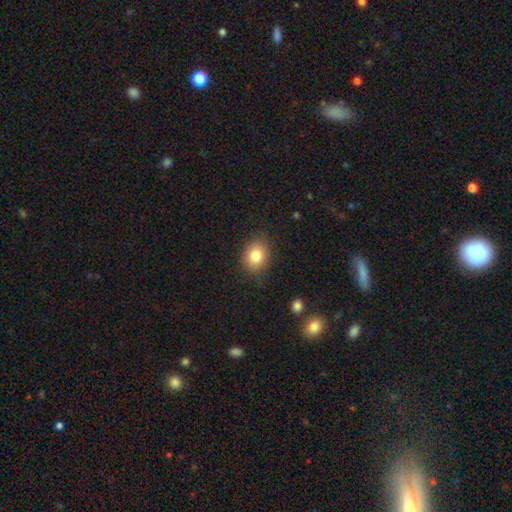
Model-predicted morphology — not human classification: smooth-or-featured: smooth: 82% | star or artifact: 10% | featured or disk: 8%
  how-rounded: in between: 51% | round: 48% | cigar-shaped: 1%
  merging: none: 84% | minor disturbance: 11% | major disturbance: 3% | merger: 1%